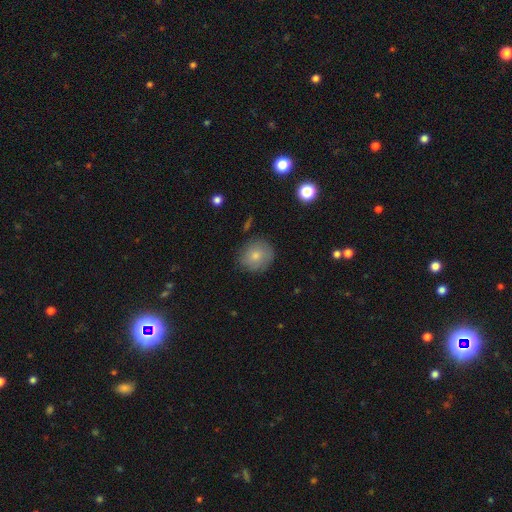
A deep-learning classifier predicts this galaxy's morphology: Smooth or featured? Predicted: smooth (p=0.77). How rounded? Predicted: round (p=0.85). Merging? Predicted: none (p=0.80).